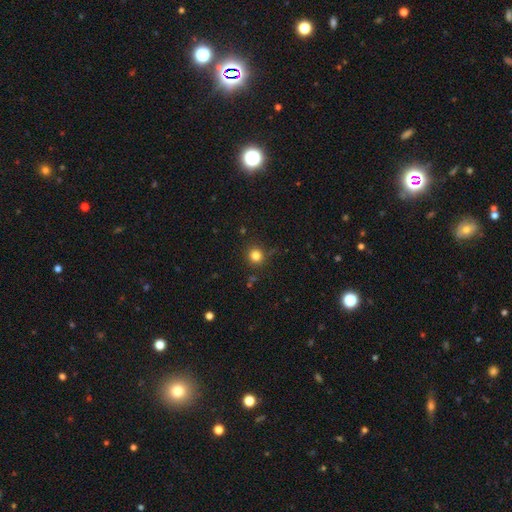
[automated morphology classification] smooth_or_featured: smooth (p=0.82) [alt: star or artifact p=0.13]
how_rounded: round (p=0.92) [alt: in between p=0.07]
merging: none (p=0.85) [alt: minor disturbance p=0.09]